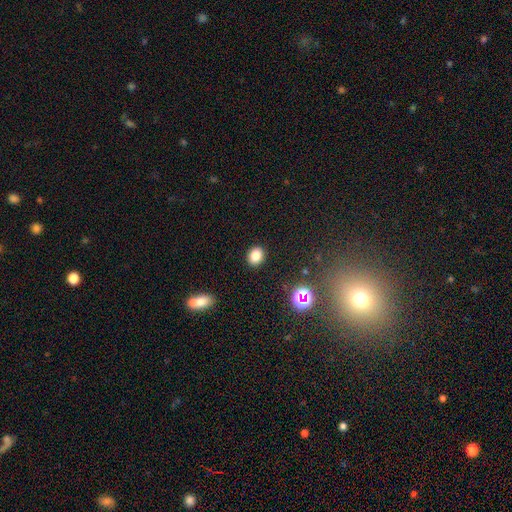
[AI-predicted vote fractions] The model was most divided on "how rounded": round: 51%, in between: 47%, cigar-shaped: 1%. More confident: merging — none (90%); smooth or featured — smooth (83%).